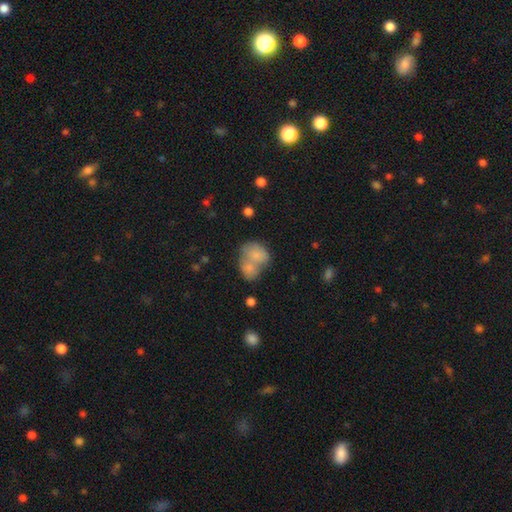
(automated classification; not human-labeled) smooth 77%, featured or disk 16%, star or artifact 7%. Down the decision tree: how rounded — in between (60%); merging — merger (65%).